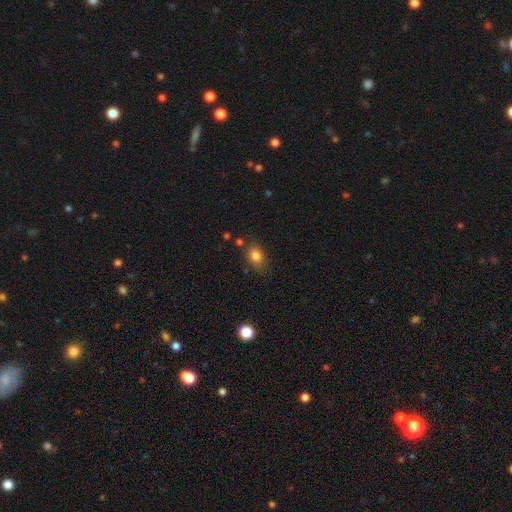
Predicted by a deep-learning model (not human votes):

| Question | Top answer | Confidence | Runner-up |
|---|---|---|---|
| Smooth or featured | smooth | 81% | star or artifact (11%) |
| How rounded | in between | 65% | round (33%) |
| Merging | none | 76% | minor disturbance (15%) |